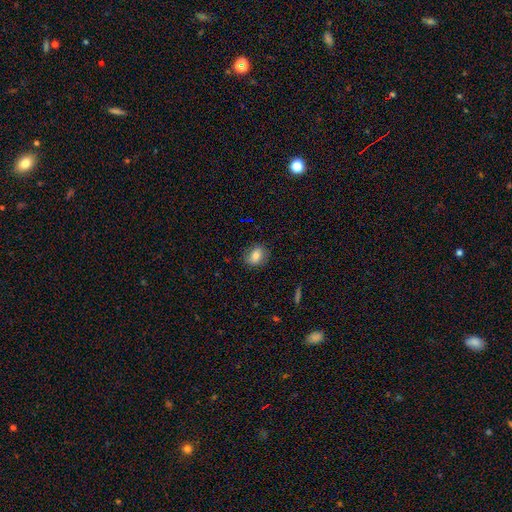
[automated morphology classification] This appears to be a smooth galaxy with no disk features (75%) that is round (50%). Merging: none (80%).